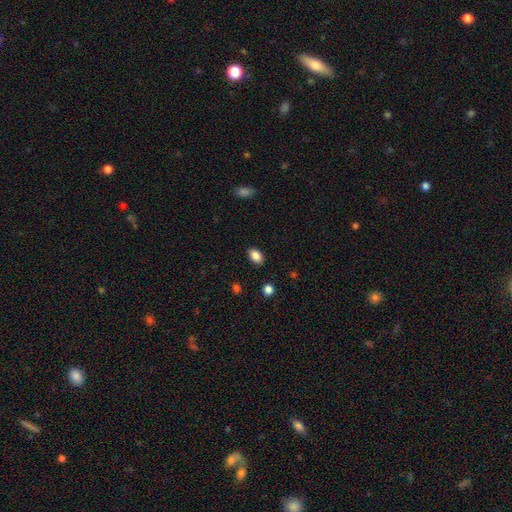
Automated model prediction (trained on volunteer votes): smooth_or_featured: smooth (p=0.87) [alt: star or artifact p=0.09]
how_rounded: in between (p=0.86) [alt: round p=0.13]
merging: none (p=0.88) [alt: minor disturbance p=0.09]